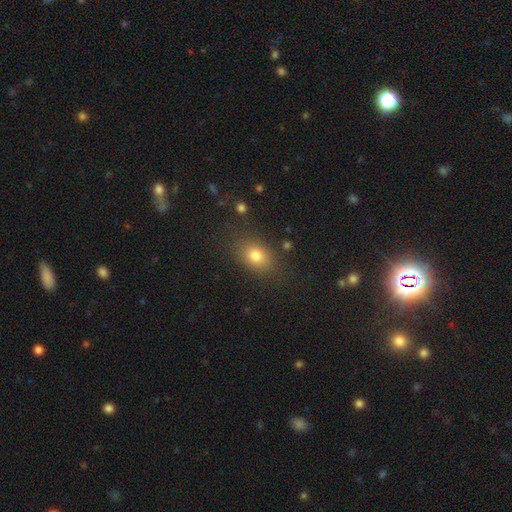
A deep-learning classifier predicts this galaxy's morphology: smooth_or_featured: smooth (p=0.77) [alt: star or artifact p=0.13]
how_rounded: in between (p=0.70) [alt: round p=0.27]
merging: none (p=0.80) [alt: minor disturbance p=0.13]